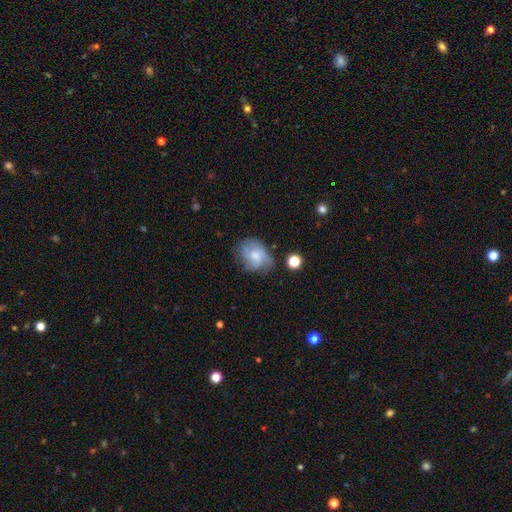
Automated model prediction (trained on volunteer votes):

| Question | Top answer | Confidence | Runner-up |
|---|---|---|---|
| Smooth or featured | smooth | 48% | featured or disk (42%) |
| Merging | none | 50% | minor disturbance (28%) |